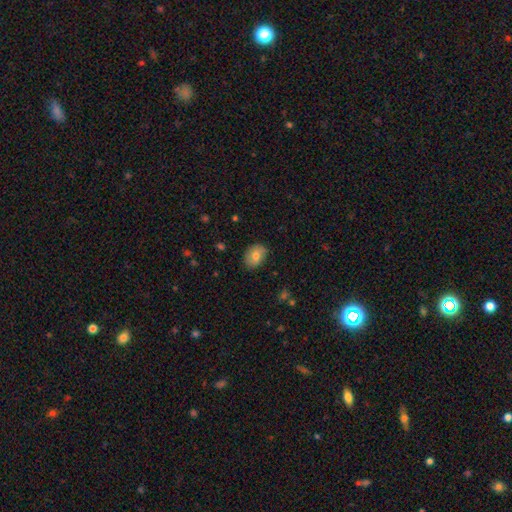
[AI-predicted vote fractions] Smooth or featured: smooth — 77% (featured or disk — 16%)
How rounded: in between — 75% (round — 24%)
Merging: none — 82% (minor disturbance — 14%)